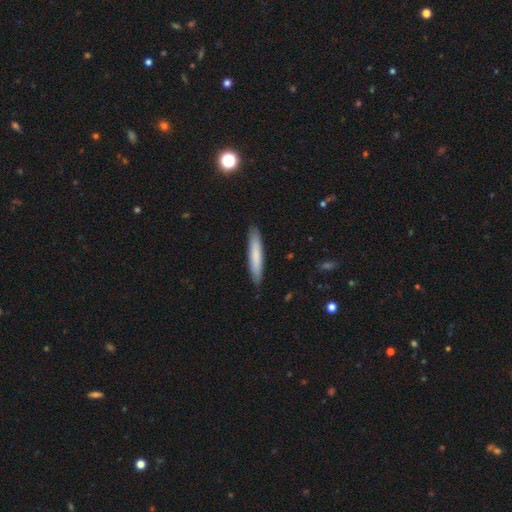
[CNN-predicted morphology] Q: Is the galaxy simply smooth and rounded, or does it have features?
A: smooth — 75%.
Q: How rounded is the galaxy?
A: cigar-shaped — 92%.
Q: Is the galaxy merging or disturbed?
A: none — 88%.